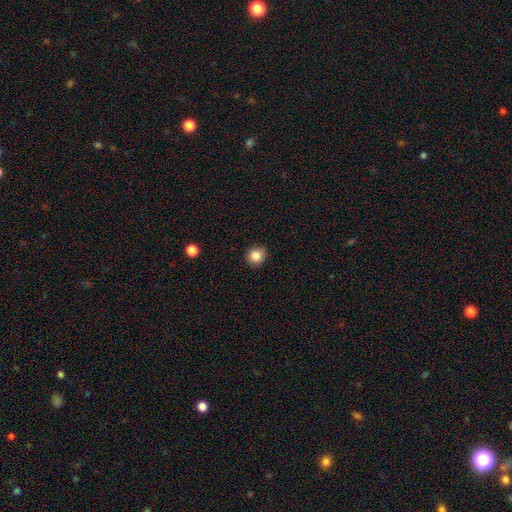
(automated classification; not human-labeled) A smooth galaxy with no disk features (84%) that is round (88%). Merging: none (88%).